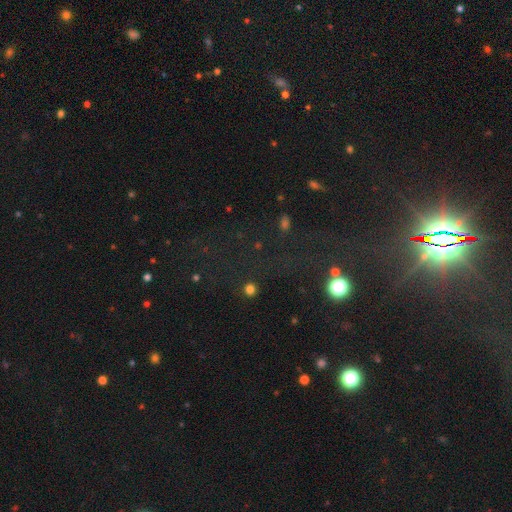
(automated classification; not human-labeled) This is likely a star or artifact rather than a galaxy (79%).